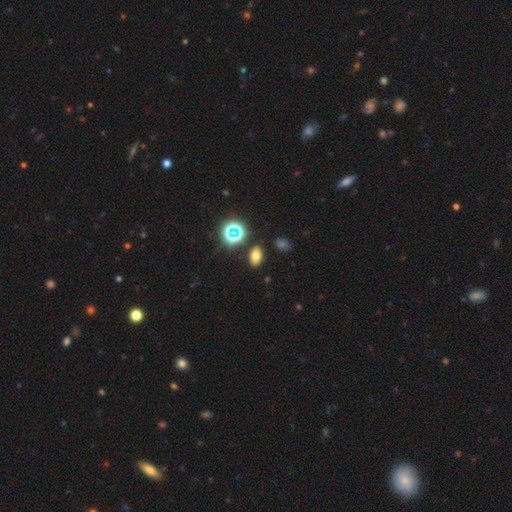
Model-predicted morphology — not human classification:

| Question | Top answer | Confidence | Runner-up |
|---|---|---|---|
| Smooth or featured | smooth | 66% | star or artifact (23%) |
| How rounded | in between | 84% | round (13%) |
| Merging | none | 86% | minor disturbance (8%) |